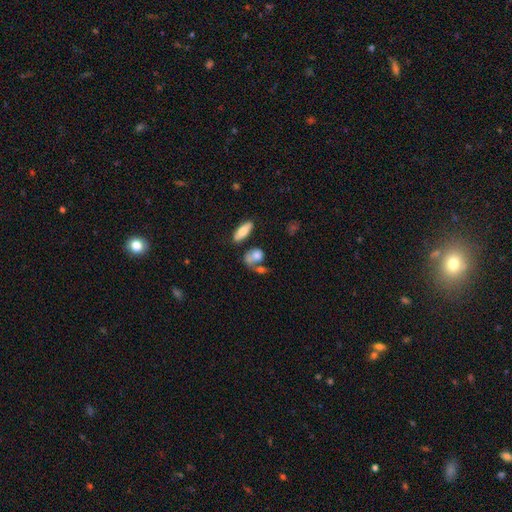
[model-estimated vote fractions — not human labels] A smooth galaxy with no disk features (74%) that is in between round and cigar-shaped (60%).

Vote fractions:
- Smooth or featured? smooth: 74% / featured or disk: 16% / star or artifact: 10%
- How rounded? in between: 60% / round: 35% / cigar-shaped: 5%
- Merging? none: 38% / merger: 32% / minor disturbance: 15% / major disturbance: 14%